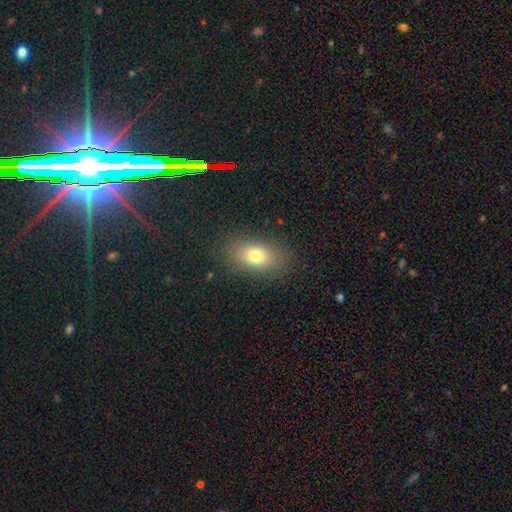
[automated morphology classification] Smooth or featured?
  - smooth: 77% *
  - featured or disk: 12%
  - star or artifact: 11%
How rounded?
  - in between: 84% *
  - round: 13%
  - cigar-shaped: 3%
Merging?
  - none: 84% *
  - minor disturbance: 10%
  - major disturbance: 4%
  - merger: 1%